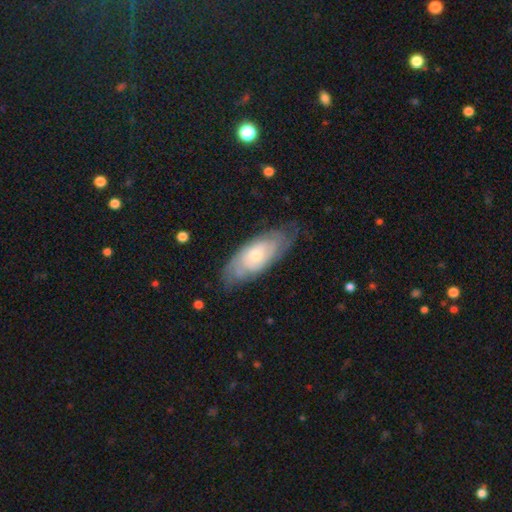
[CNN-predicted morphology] Smooth or featured? Predicted: featured or disk (p=0.68). Edge-on disk? Predicted: no (p=0.87). Bar? Predicted: no (p=0.76). Spiral arms? Predicted: yes (p=0.84). Bulge size? Predicted: moderate (p=0.49). Merging? Predicted: none (p=0.70).